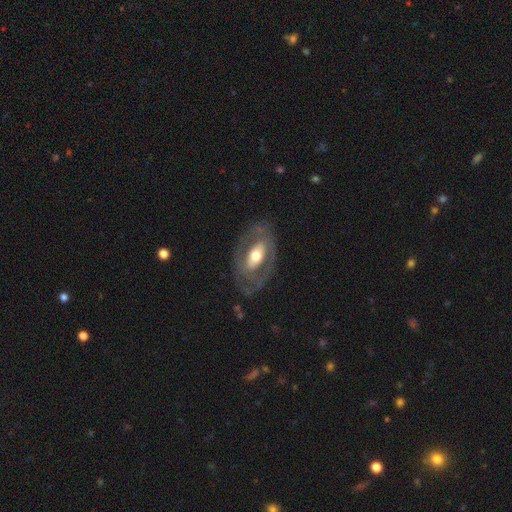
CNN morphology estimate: type=featured or disk (64%); edge-on=no (90%); bar=no (50%); spiral arms=no (69%); bulge=moderate (60%); merging=none (71%).